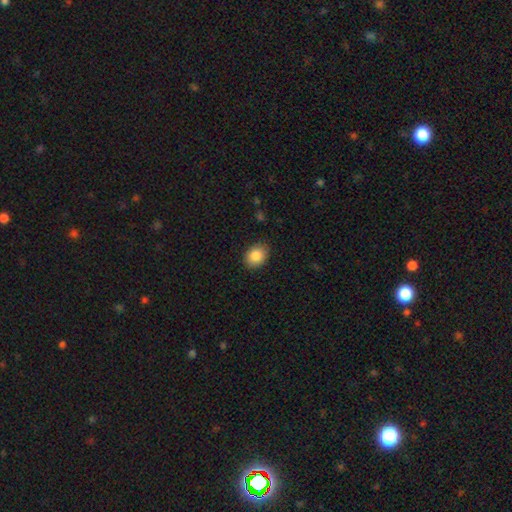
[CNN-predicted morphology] Overall: smooth (87%). How rounded: in between (55%; round 44%). Merging: none (86%).